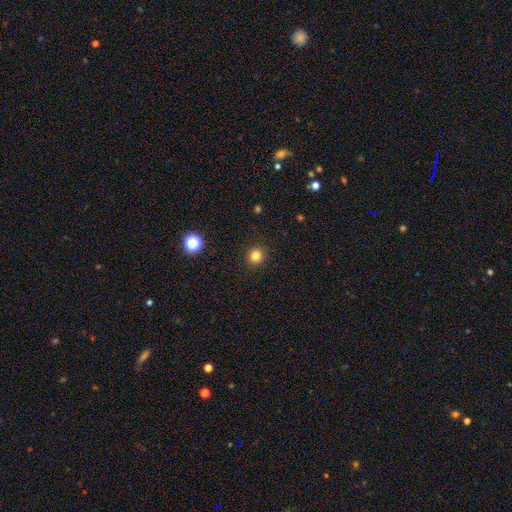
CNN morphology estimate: The model was most divided on "smooth or featured": smooth: 82%, star or artifact: 13%, featured or disk: 5%. More confident: how rounded — round (93%); merging — none (92%).